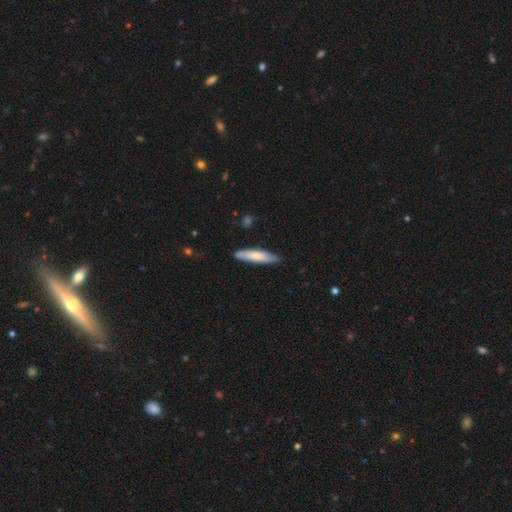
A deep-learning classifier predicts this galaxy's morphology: Overall: smooth (72%). How rounded: cigar-shaped (79%). Merging: none (84%).